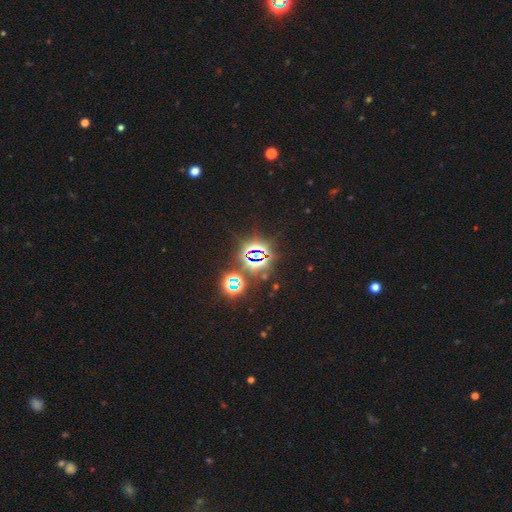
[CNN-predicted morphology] Smooth or featured: star or artifact — 80% (smooth — 12%)